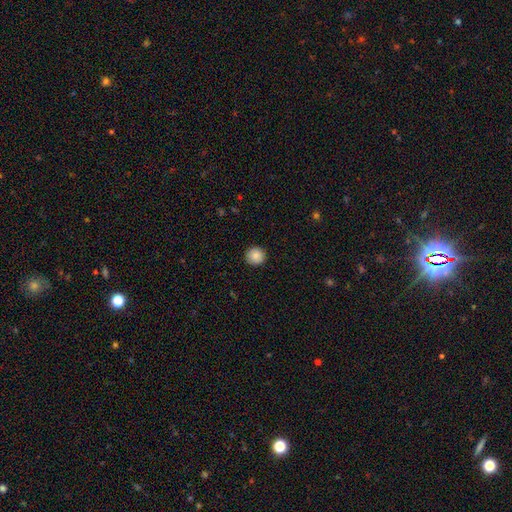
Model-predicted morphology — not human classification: smooth 87%, star or artifact 8%, featured or disk 5%. Down the decision tree: how rounded — round (95%); merging — none (92%).